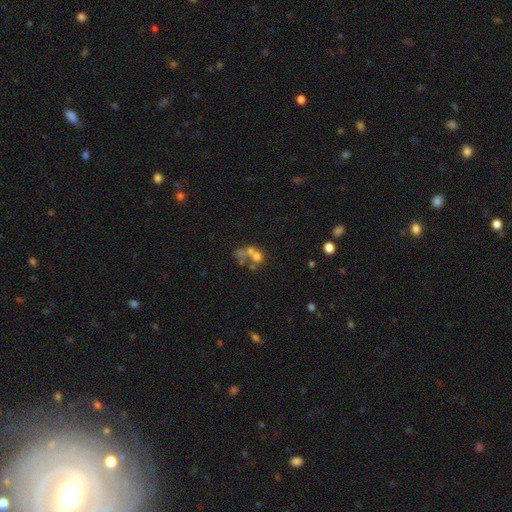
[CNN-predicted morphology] smooth 49%, featured or disk 32%, star or artifact 20%. Down the decision tree: merging — merger (53%).